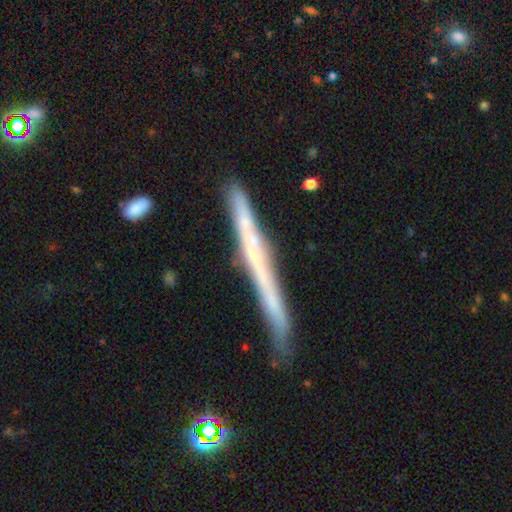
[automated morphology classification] type=featured or disk (58%); edge-on=yes (96%); edge-on bulge=none (88%); merging=none (79%).